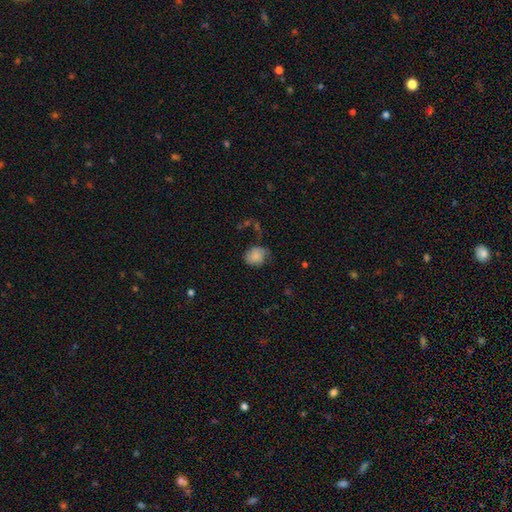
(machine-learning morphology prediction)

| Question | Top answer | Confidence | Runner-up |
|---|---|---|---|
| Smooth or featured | smooth | 77% | featured or disk (15%) |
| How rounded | round | 58% | in between (41%) |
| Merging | none | 55% | minor disturbance (30%) |